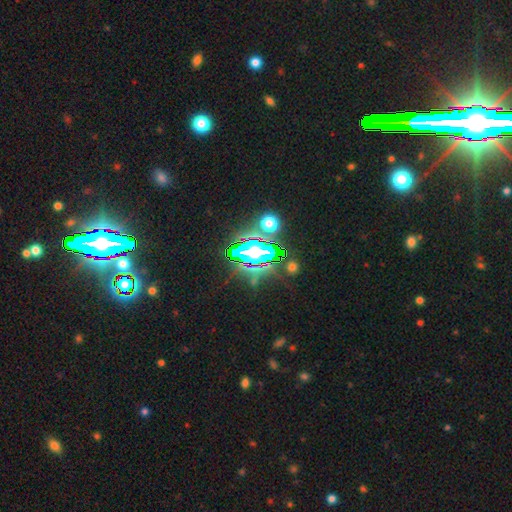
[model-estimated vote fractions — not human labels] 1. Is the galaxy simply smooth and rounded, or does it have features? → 77% star or artifact, 13% smooth, 10% featured or disk.